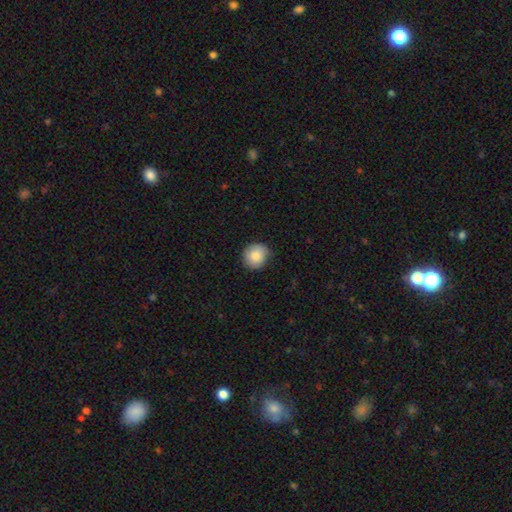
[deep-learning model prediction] smooth-or-featured: smooth: 85% | star or artifact: 8% | featured or disk: 7%
  how-rounded: round: 89% | in between: 10% | cigar-shaped: 1%
  merging: none: 81% | minor disturbance: 16% | major disturbance: 3% | merger: 1%